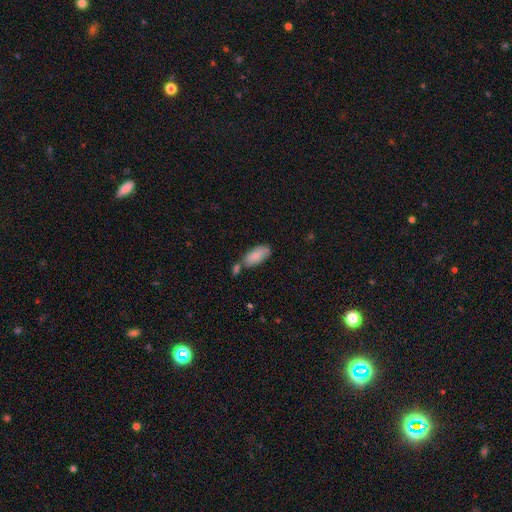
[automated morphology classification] A smooth galaxy with no disk features (85%) that is in between round and cigar-shaped (87%). Merging: none (55%).